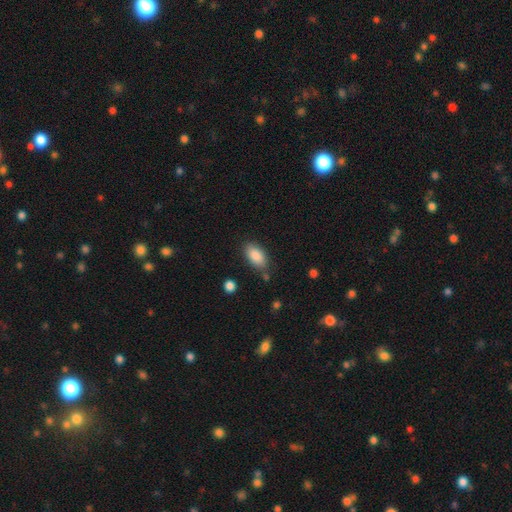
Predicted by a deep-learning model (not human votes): Smooth or featured? smooth (88%)
How rounded? in between (92%)
Merging? none (79%)